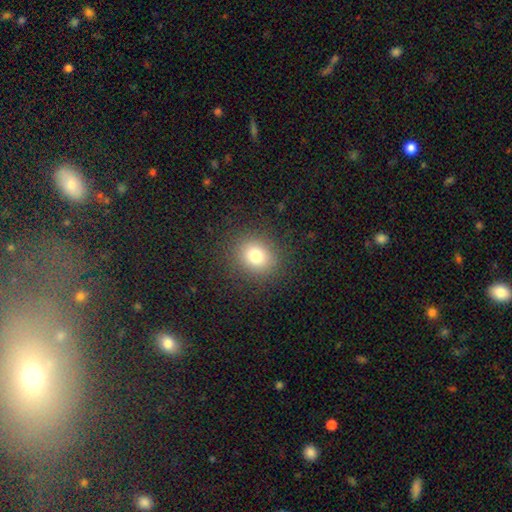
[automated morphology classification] The model was most divided on "how rounded": round: 78%, in between: 21%, cigar-shaped: 1%. More confident: merging — none (88%); smooth or featured — smooth (77%).